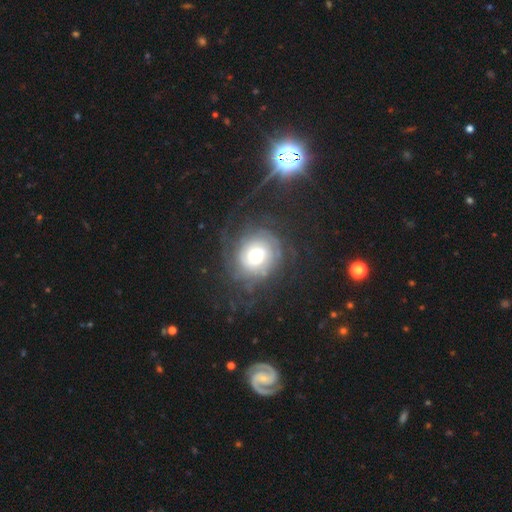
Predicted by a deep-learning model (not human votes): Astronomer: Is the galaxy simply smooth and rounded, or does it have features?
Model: featured or disk — 74%.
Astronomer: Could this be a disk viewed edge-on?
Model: no — 97%.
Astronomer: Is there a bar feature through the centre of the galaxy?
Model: no — 74%.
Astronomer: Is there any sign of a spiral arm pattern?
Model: yes — 90%.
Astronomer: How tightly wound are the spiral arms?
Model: tight — 64%.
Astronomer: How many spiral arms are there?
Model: can't tell — 43% (runner-up: 2, 20%).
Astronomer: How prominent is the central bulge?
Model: moderate — 55%.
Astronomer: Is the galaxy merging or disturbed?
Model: none — 67%.